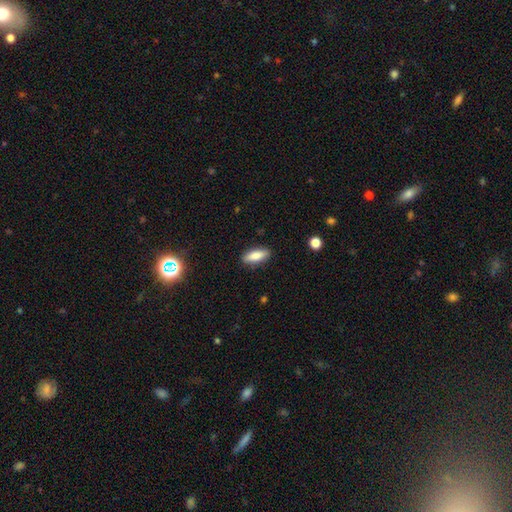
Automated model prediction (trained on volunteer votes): smooth-or-featured: smooth: 82% | featured or disk: 11% | star or artifact: 7%
  how-rounded: in between: 71% | cigar-shaped: 26% | round: 2%
  merging: none: 88% | minor disturbance: 9% | major disturbance: 2% | merger: 1%